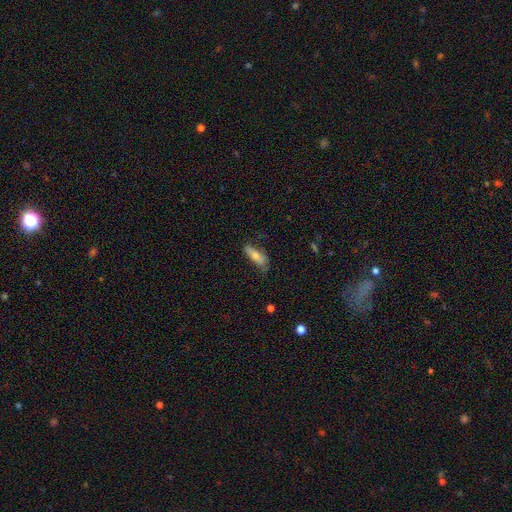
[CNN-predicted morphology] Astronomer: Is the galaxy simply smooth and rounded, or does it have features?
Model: smooth — 70%.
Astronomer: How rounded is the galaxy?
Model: in between — 56% (runner-up: cigar-shaped, 41%).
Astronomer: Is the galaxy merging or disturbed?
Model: none — 59%.